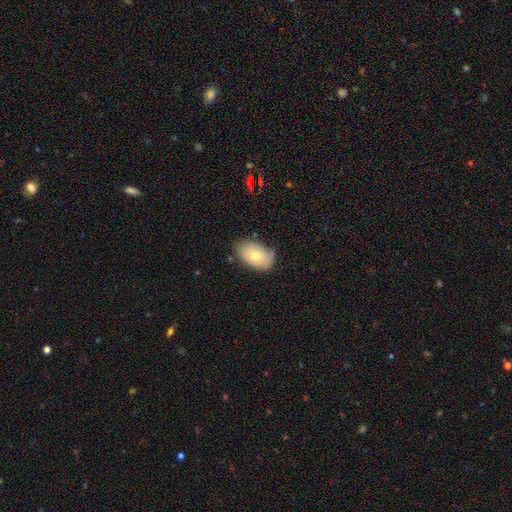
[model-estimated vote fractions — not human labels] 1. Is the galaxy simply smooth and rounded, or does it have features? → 69% smooth, 24% featured or disk, 7% star or artifact.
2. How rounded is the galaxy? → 91% in between, 8% round, 1% cigar-shaped.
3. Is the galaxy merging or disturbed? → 65% none, 27% minor disturbance, 5% major disturbance, 3% merger.